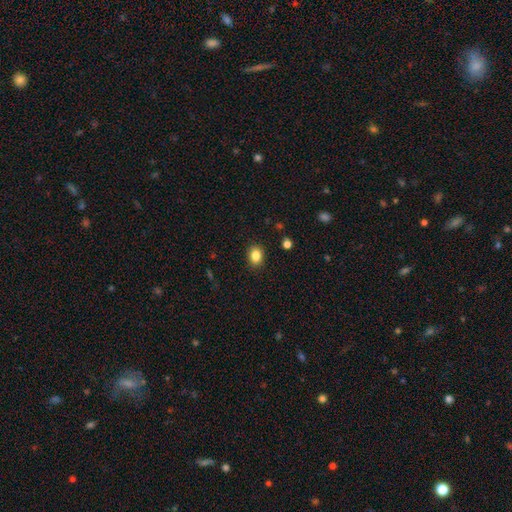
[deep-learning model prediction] This appears to be a smooth galaxy with no disk features (85%) that is in between round and cigar-shaped (55%). Merging: none (89%).